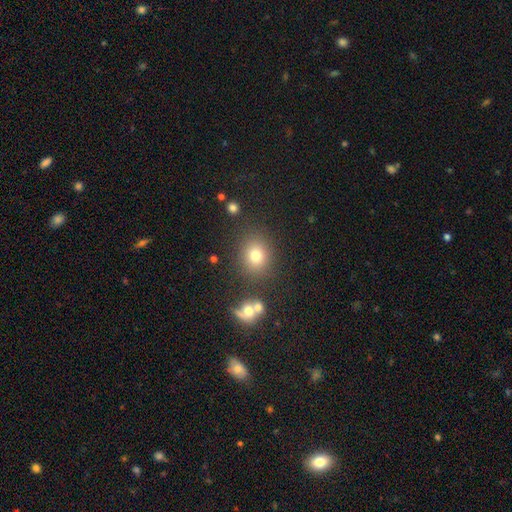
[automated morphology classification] This is likely a smooth galaxy (76%). How rounded: likely round (73%). Merging: likely none (80%).